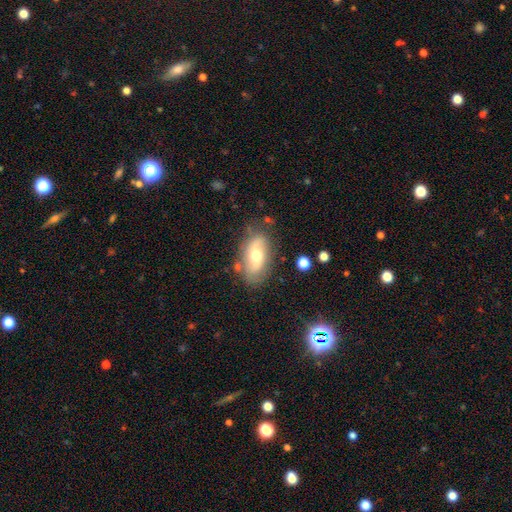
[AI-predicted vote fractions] Smooth or featured?
  - smooth: 49% *
  - featured or disk: 43%
  - star or artifact: 8%
Merging?
  - none: 74% *
  - minor disturbance: 17%
  - major disturbance: 5%
  - merger: 4%